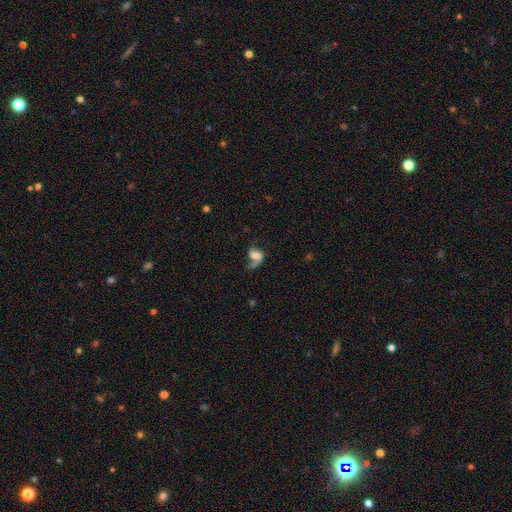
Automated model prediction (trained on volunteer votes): Overall: featured or disk (53%; smooth 36%). Edge-on disk: no (96%). Bar: no (55%; weak 32%). Spiral arms: yes (80%). Bulge size: large (26%; moderate 24%). Merging: none (35%; major disturbance 33%).